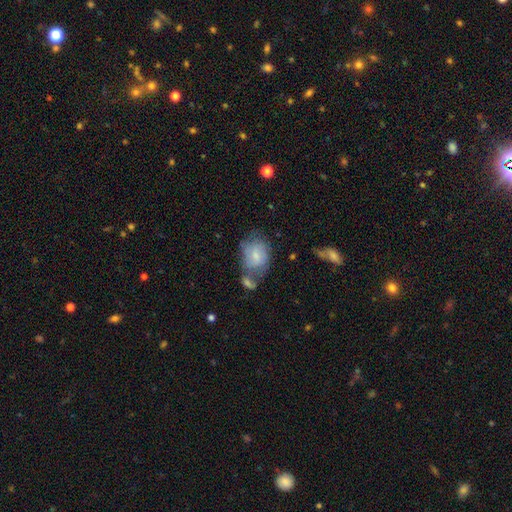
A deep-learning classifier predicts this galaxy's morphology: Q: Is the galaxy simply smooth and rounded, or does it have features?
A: smooth — 56%.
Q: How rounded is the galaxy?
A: in between — 62%.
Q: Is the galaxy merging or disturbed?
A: none — 36%.